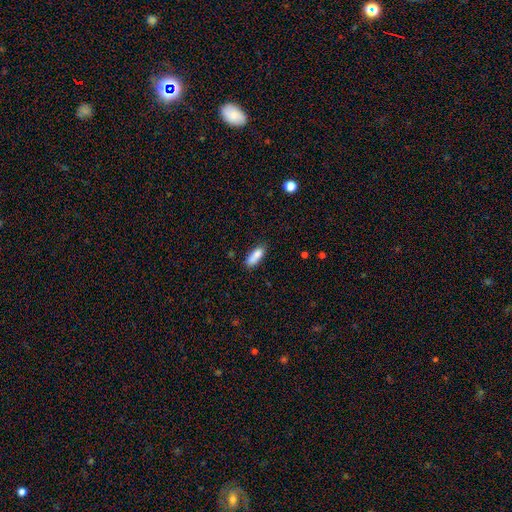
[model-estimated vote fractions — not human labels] Morphology: type=smooth (83%); roundness=in between (70%); merging=none (65%).